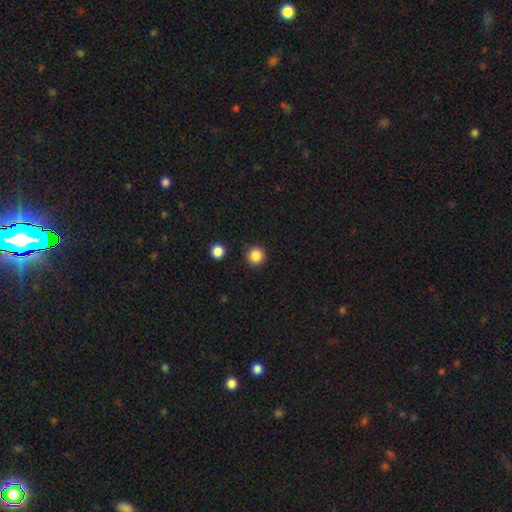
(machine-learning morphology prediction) Smooth or featured? Predicted: smooth (p=0.86). How rounded? Predicted: round (p=0.94). Merging? Predicted: none (p=0.89).